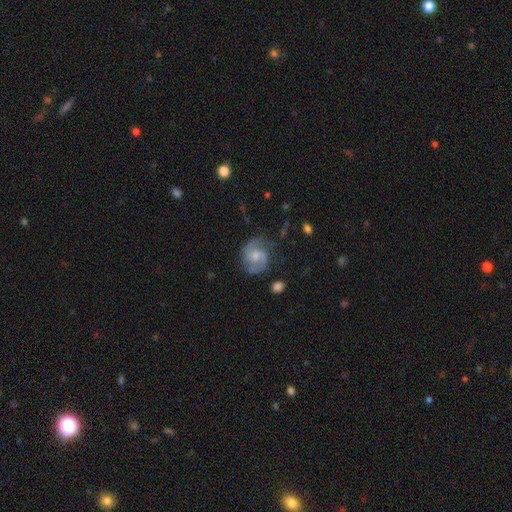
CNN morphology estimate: This appears to be a featured or disk galaxy (80%) with no bar (53%), 2 (89%) medium (55%) spiral arms (96%) and a moderate central bulge (45%). Merging: none (72%).